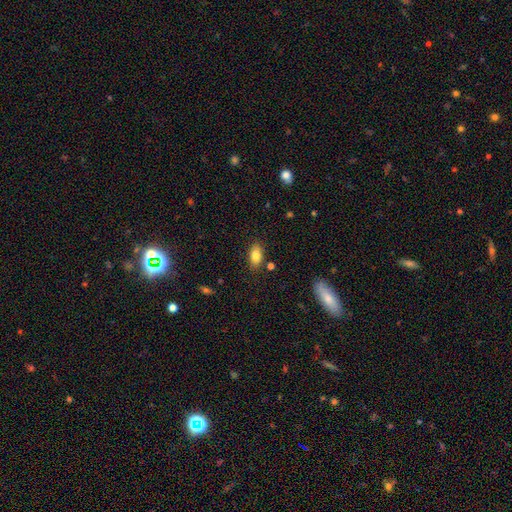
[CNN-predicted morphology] Q: Smooth or featured?
A: smooth (82%); runner-up: featured or disk (10%)
Q: How rounded?
A: in between (90%); runner-up: round (6%)
Q: Merging?
A: none (83%); runner-up: minor disturbance (11%)